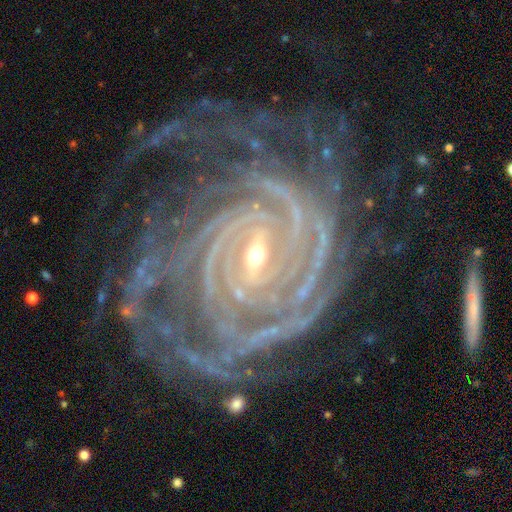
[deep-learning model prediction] Morphology: type=featured or disk (90%); edge-on=no (97%); bar=weak (38%); spiral arms=yes (98%); winding=tight (80%); arm count=can't tell (22%); bulge=small (80%); merging=none (59%).